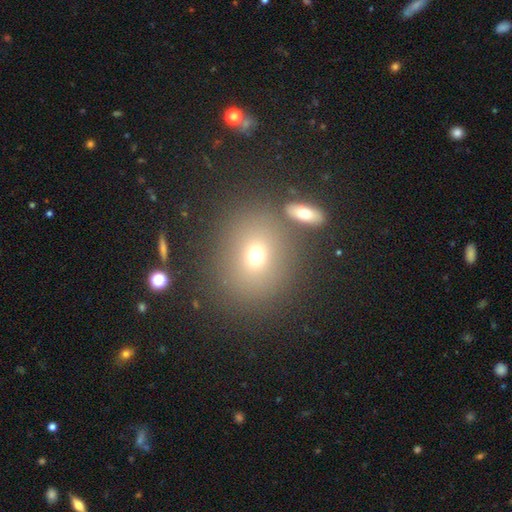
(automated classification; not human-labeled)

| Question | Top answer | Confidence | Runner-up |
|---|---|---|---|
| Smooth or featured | smooth | 66% | star or artifact (19%) |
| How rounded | round | 69% | in between (29%) |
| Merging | none | 76% | merger (11%) |